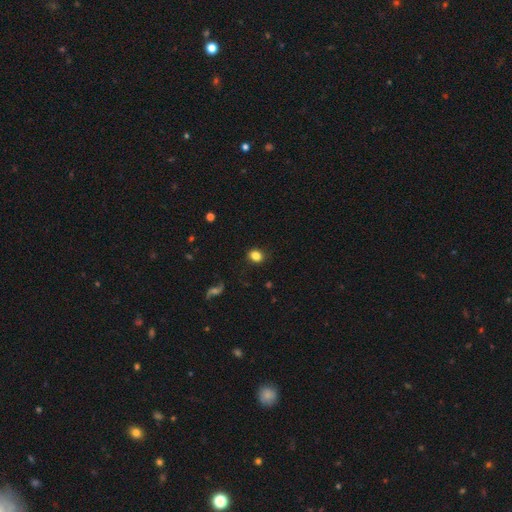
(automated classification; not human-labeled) Smooth or featured?
  - smooth: 82% *
  - star or artifact: 10%
  - featured or disk: 8%
How rounded?
  - round: 59% *
  - in between: 39%
  - cigar-shaped: 1%
Merging?
  - none: 84% *
  - minor disturbance: 11%
  - major disturbance: 3%
  - merger: 1%